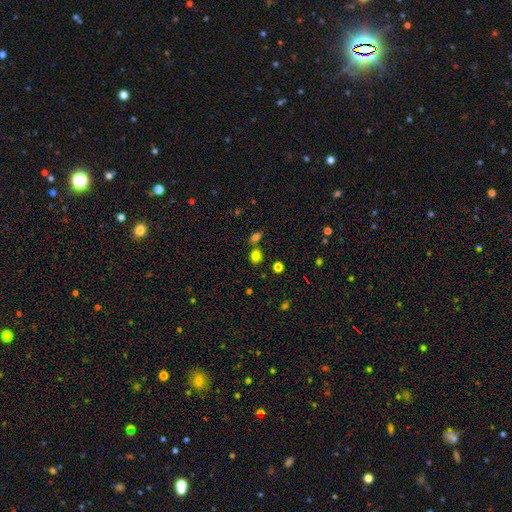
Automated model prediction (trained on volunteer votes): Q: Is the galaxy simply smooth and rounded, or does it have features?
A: smooth — 79%.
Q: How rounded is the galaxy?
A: round — 53%.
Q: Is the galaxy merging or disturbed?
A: none — 69%.